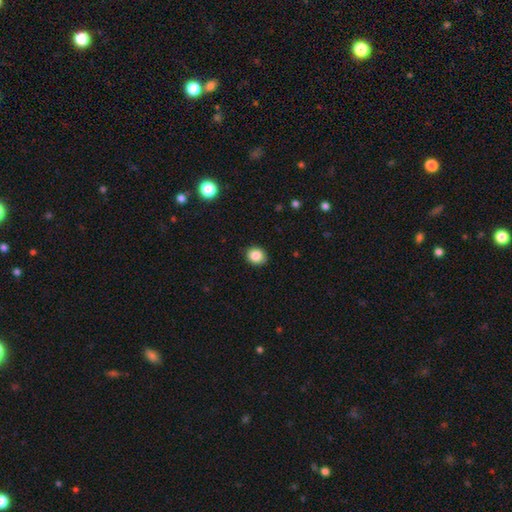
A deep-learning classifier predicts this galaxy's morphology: Smooth or featured? smooth (86%)
How rounded? round (67%)
Merging? none (90%)